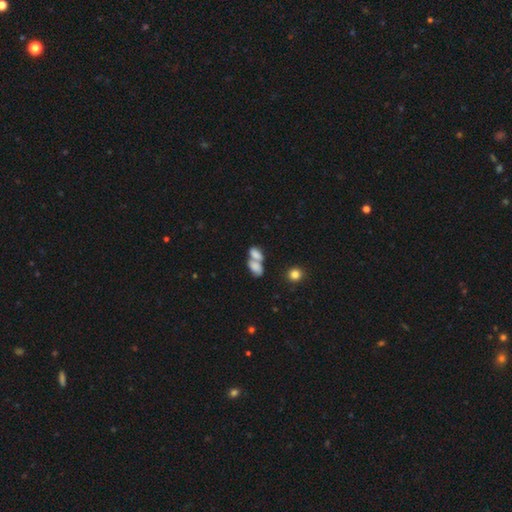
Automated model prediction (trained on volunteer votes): This is likely a smooth galaxy (70%). How rounded: clearly in between (85%). Merging: likely merger (64%).